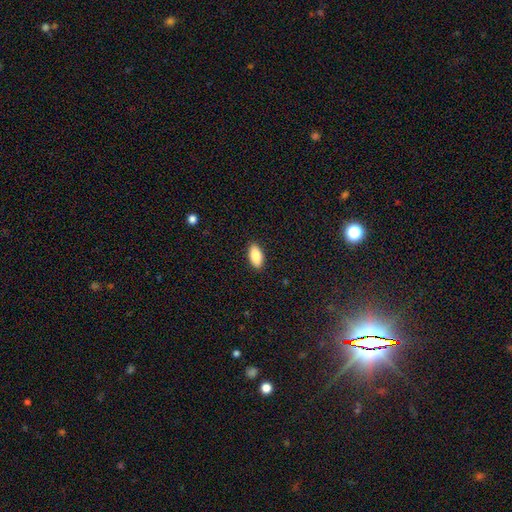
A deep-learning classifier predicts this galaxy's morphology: Overall: smooth (86%). How rounded: in between (91%). Merging: none (90%).